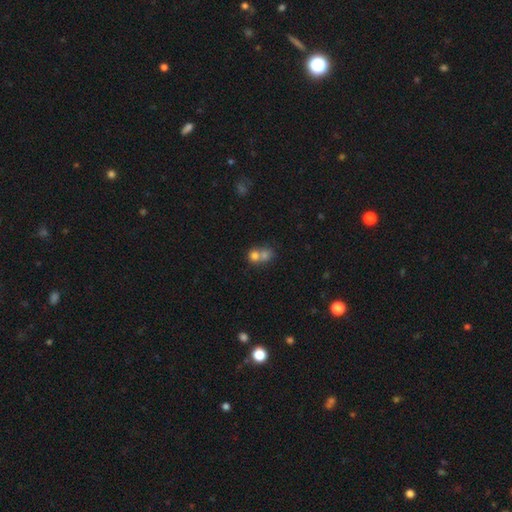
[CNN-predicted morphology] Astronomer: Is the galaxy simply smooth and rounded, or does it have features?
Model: smooth — 72%.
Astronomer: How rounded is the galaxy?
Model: round — 72%.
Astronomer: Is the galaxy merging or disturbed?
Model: merger — 65%.